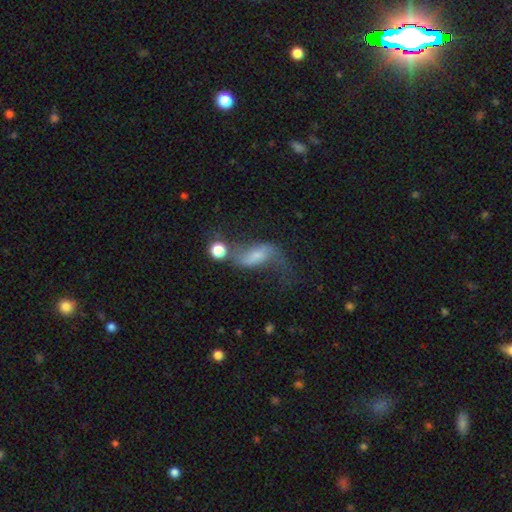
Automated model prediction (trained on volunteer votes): Smooth or featured: featured or disk — 62% (smooth — 28%)
Edge-on disk: no — 93% (yes — 7%)
Bar: weak — 39% (no — 37%)
Spiral arms: yes — 86% (no — 14%)
Bulge size: small — 41% (moderate — 25%)
Merging: none — 39% (major disturbance — 25%)